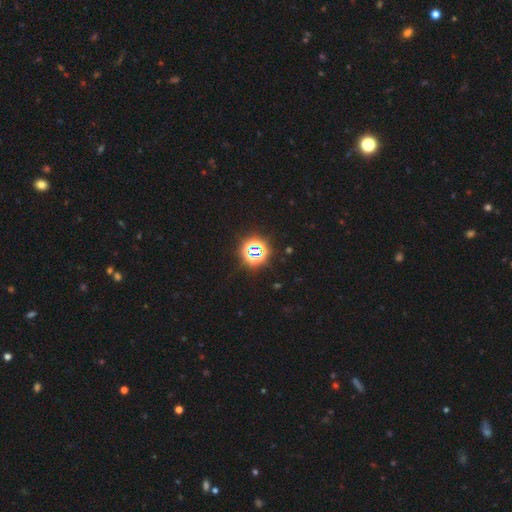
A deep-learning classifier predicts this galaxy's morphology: Overall: star or artifact (74%).